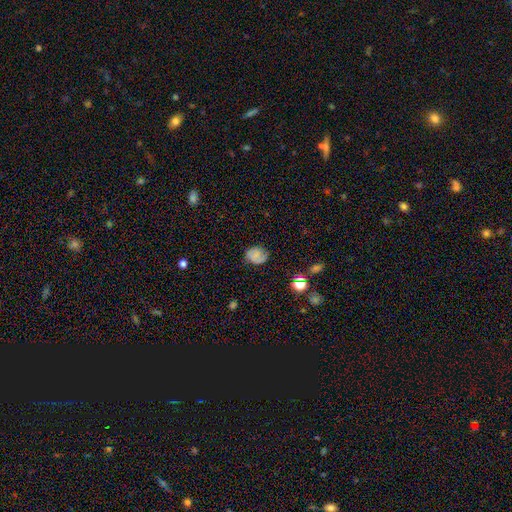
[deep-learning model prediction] A smooth galaxy with no disk features (62%) that is round (50%). Merging: none (70%).